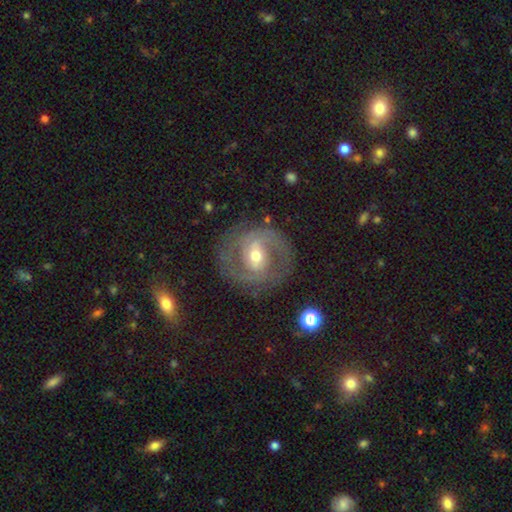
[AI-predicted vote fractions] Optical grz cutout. It shows a featured or disk galaxy (78%) with a weak bar (43%), 2 (82%) medium (45%) spiral arms (85%) and a moderate central bulge (56%). Merging: none (80%).